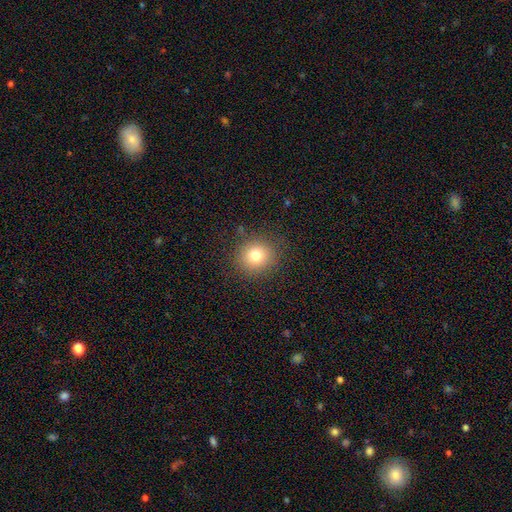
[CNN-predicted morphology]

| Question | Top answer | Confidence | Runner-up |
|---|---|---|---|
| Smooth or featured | smooth | 77% | star or artifact (14%) |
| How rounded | round | 89% | in between (10%) |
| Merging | none | 88% | minor disturbance (8%) |